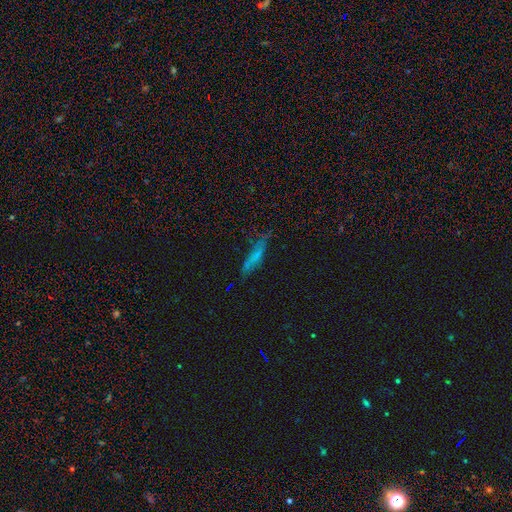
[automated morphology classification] This is possibly a smooth galaxy (50%). How rounded: clearly cigar-shaped (84%). Merging: likely none (68%).